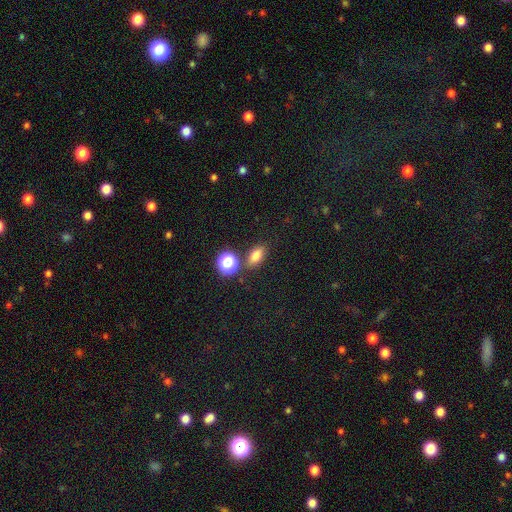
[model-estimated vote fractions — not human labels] Smooth or featured? Predicted: smooth (p=0.75). How rounded? Predicted: in between (p=0.77). Merging? Predicted: none (p=0.78).